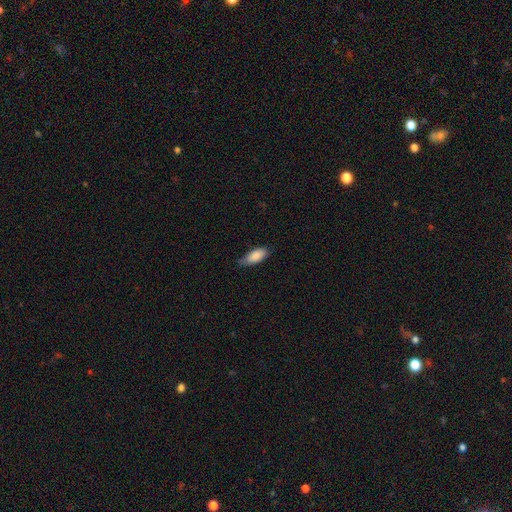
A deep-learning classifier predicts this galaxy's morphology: A smooth galaxy with no disk features (86%) that is in between round and cigar-shaped (84%).

Vote fractions:
- Smooth or featured? smooth: 86% / featured or disk: 8% / star or artifact: 6%
- How rounded? in between: 84% / cigar-shaped: 15% / round: 2%
- Merging? none: 67% / minor disturbance: 28% / major disturbance: 4% / merger: 1%